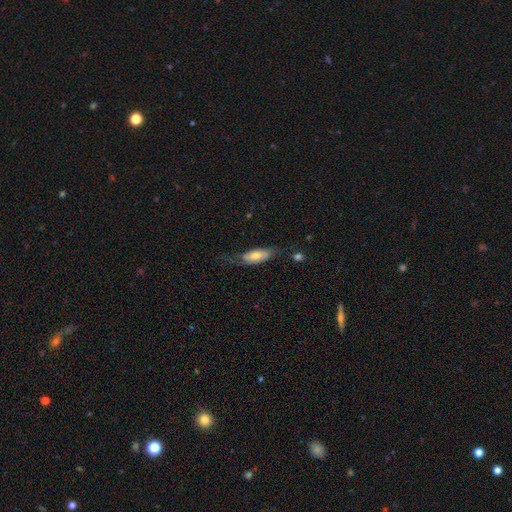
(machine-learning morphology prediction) smooth-or-featured: smooth: 54% | featured or disk: 39% | star or artifact: 7%
  how-rounded: in between: 68% | cigar-shaped: 29% | round: 3%
  merging: none: 50% | minor disturbance: 28% | major disturbance: 18% | merger: 3%